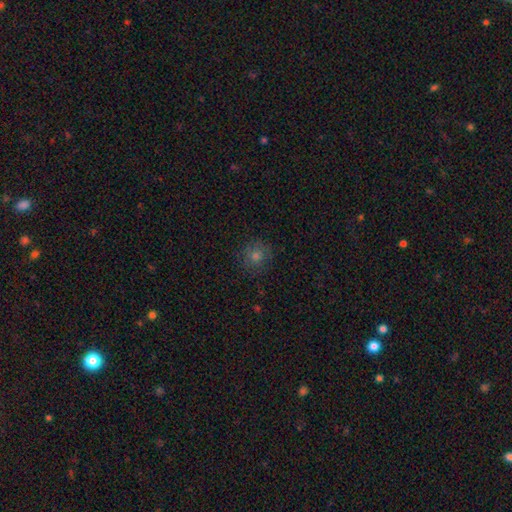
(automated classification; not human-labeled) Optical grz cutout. It shows a smooth galaxy with no disk features (69%) that is round (91%). Merging: none (86%).